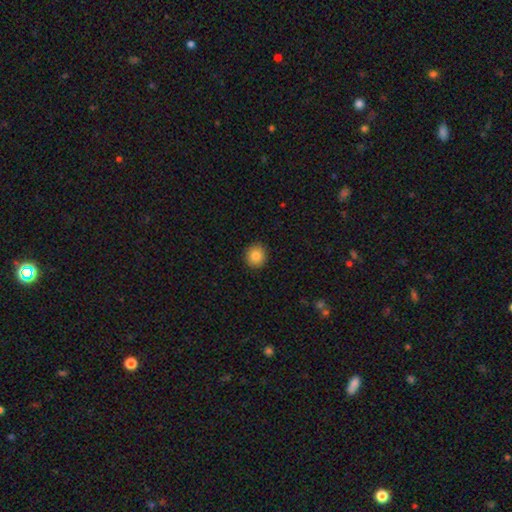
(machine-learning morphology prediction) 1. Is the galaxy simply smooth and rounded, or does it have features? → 84% smooth, 10% star or artifact, 6% featured or disk.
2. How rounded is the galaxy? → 90% round, 9% in between, 1% cigar-shaped.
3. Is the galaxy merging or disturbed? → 92% none, 6% minor disturbance, 2% major disturbance, 1% merger.